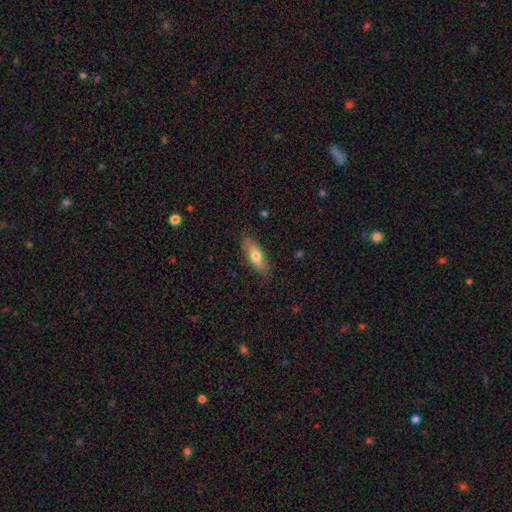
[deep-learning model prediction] Smooth or featured? smooth (67%)
How rounded? in between (60%)
Merging? none (84%)